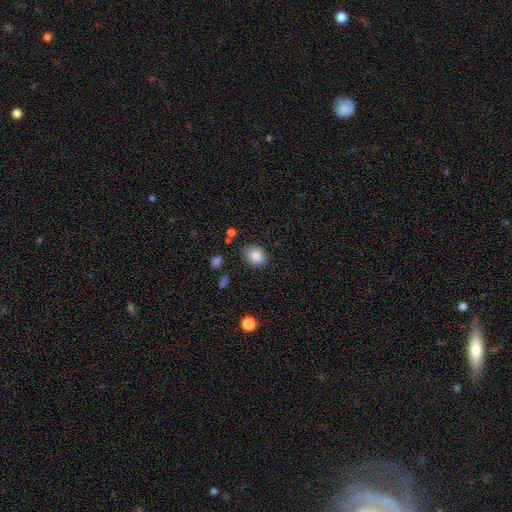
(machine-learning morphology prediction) Smooth or featured?
  - smooth: 86% *
  - star or artifact: 9%
  - featured or disk: 5%
How rounded?
  - round: 59% *
  - in between: 40%
  - cigar-shaped: 1%
Merging?
  - none: 83% *
  - minor disturbance: 12%
  - major disturbance: 3%
  - merger: 2%